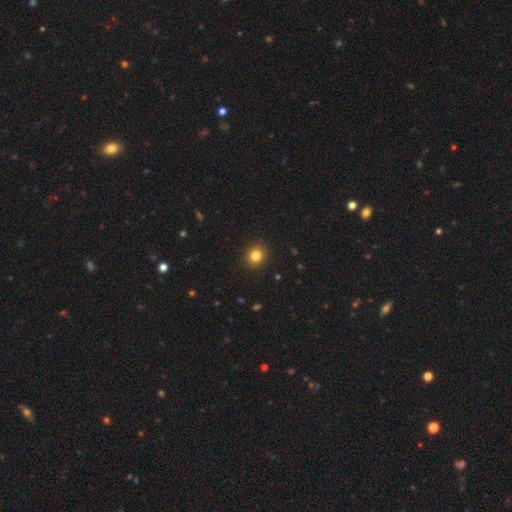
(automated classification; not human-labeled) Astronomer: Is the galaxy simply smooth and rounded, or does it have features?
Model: smooth — 82%.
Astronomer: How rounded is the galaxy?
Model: round — 85%.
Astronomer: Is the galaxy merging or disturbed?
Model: none — 92%.